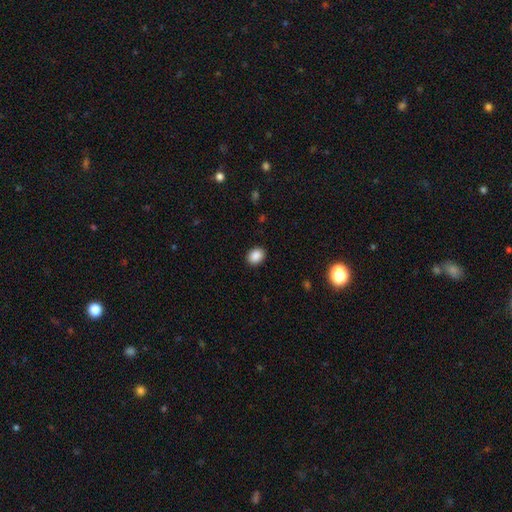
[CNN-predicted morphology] Q: Smooth or featured?
A: smooth (88%); runner-up: star or artifact (9%)
Q: How rounded?
A: in between (57%); runner-up: round (43%)
Q: Merging?
A: none (90%); runner-up: minor disturbance (7%)